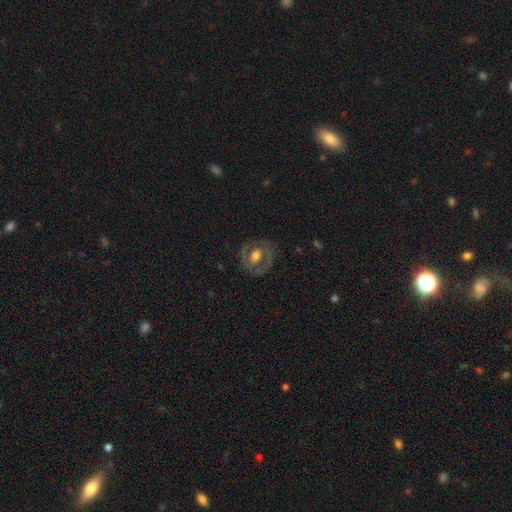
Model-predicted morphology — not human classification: Smooth or featured? featured or disk (61%)
Edge-on disk? no (95%)
Bar? no (58%)
Spiral arms? no (56%)
Bulge size? moderate (48%)
Merging? none (76%)